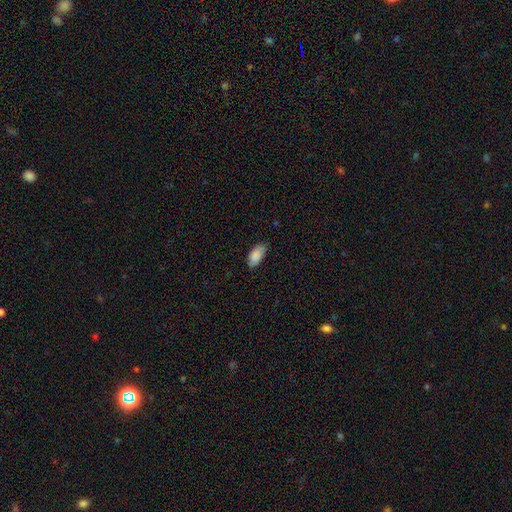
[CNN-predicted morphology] A smooth galaxy with no disk features (88%) that is in between round and cigar-shaped (93%).

Vote fractions:
- Smooth or featured? smooth: 88% / star or artifact: 6% / featured or disk: 6%
- How rounded? in between: 93% / cigar-shaped: 5% / round: 2%
- Merging? none: 75% / minor disturbance: 20% / major disturbance: 3% / merger: 1%